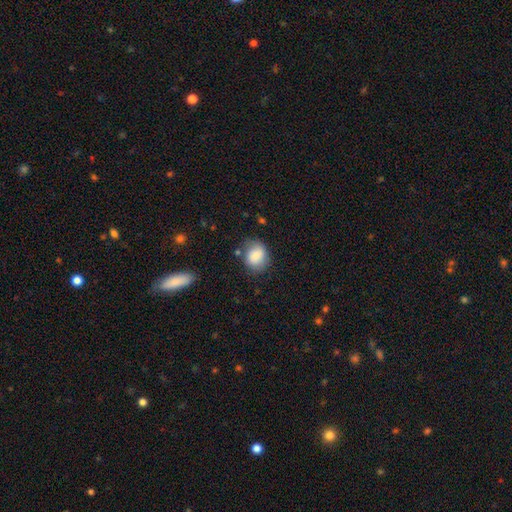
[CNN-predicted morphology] The model was most divided on "how rounded": round: 63%, in between: 36%, cigar-shaped: 1%. More confident: smooth or featured — smooth (81%); merging — none (70%).